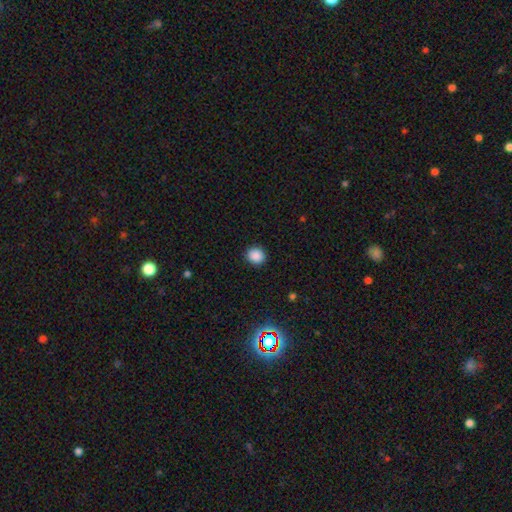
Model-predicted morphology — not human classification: Smooth or featured? smooth (87%)
How rounded? round (83%)
Merging? none (90%)